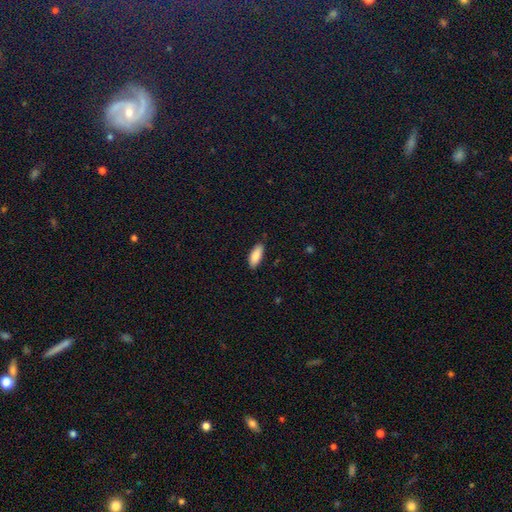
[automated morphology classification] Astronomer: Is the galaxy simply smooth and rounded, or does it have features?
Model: smooth — 87%.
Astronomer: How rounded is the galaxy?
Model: in between — 78%.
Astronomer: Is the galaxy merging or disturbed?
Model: none — 85%.